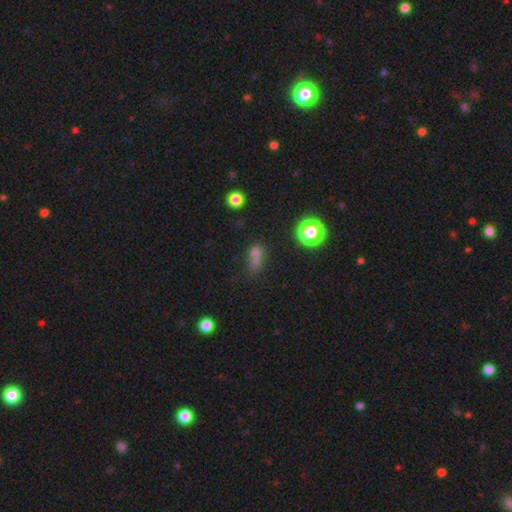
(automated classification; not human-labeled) The model was most divided on "merging": none: 37%, merger: 28%, minor disturbance: 20%, major disturbance: 16%. More confident: smooth or featured — smooth (64%); how rounded — in between (59%).